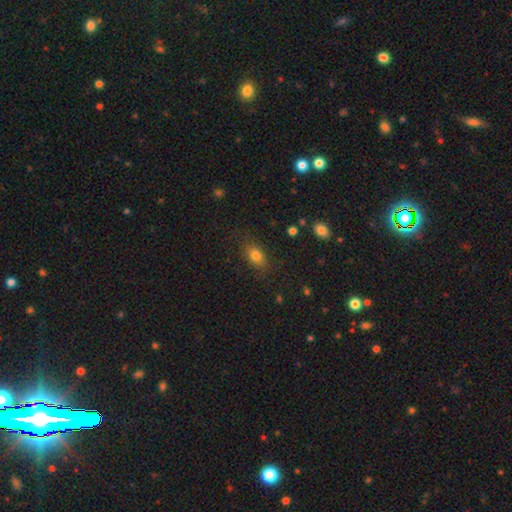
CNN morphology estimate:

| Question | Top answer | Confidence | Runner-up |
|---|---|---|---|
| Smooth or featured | smooth | 79% | star or artifact (11%) |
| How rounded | in between | 76% | round (21%) |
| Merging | none | 80% | minor disturbance (14%) |